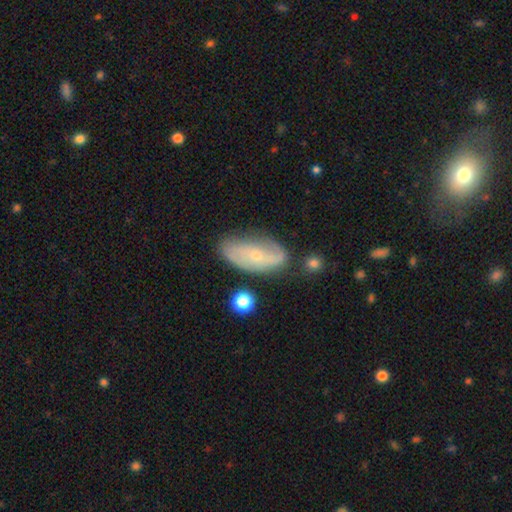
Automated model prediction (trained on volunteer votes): smooth_or_featured: featured or disk (p=0.61) [alt: smooth p=0.32]
disk_edge_on: no (p=0.90) [alt: yes p=0.10]
bar: no (p=0.70) [alt: weak p=0.23]
has_spiral_arms: yes (p=0.75) [alt: no p=0.25]
bulge_size: small (p=0.75) [alt: moderate p=0.21]
merging: none (p=0.61) [alt: minor disturbance p=0.26]